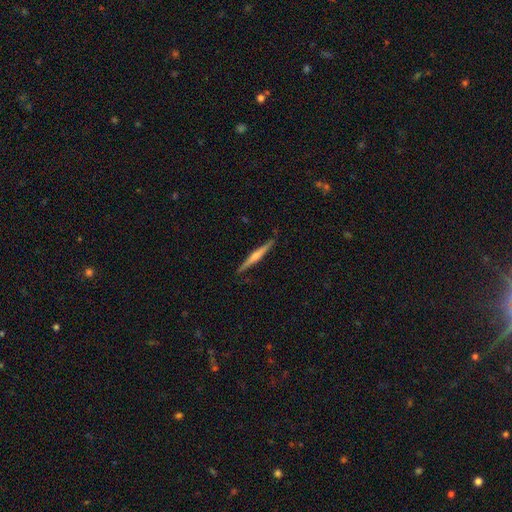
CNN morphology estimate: type=featured or disk (72%); edge-on=yes (98%); edge-on bulge=rounded (75%); merging=none (90%).